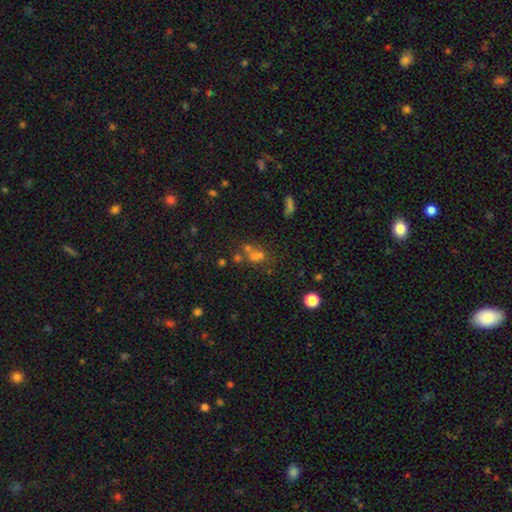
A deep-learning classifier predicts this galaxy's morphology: Smooth or featured: smooth — 49% (star or artifact — 34%)
Merging: none — 44% (merger — 37%)